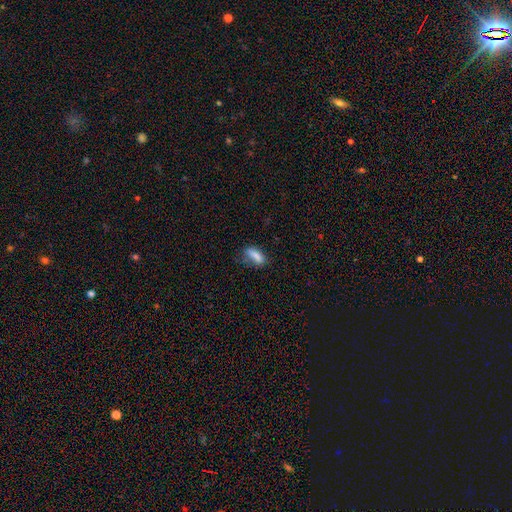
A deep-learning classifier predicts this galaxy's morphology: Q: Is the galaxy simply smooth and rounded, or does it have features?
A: smooth — 81%.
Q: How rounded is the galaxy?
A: in between — 66%.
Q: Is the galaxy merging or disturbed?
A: none — 53%.